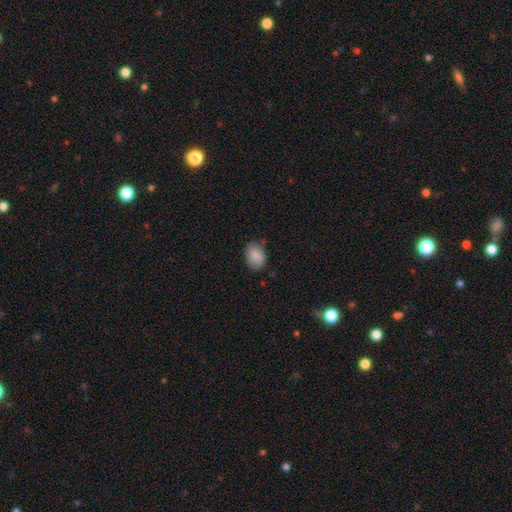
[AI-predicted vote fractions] smooth-or-featured: smooth: 83% | featured or disk: 9% | star or artifact: 7%
  how-rounded: in between: 81% | round: 18% | cigar-shaped: 1%
  merging: none: 74% | minor disturbance: 20% | major disturbance: 4% | merger: 2%